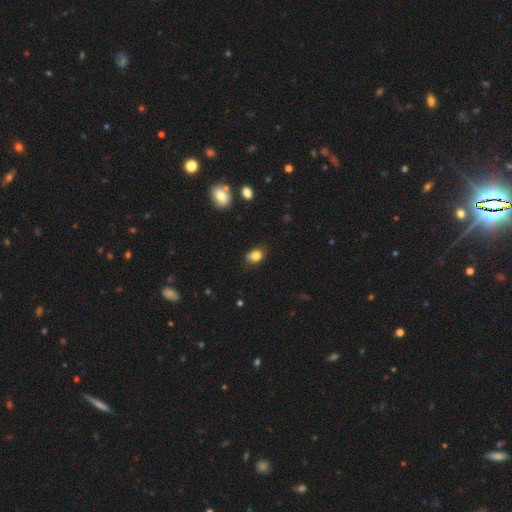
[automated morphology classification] A smooth galaxy with no disk features (81%) that is in between round and cigar-shaped (67%).

Vote fractions:
- Smooth or featured? smooth: 81% / star or artifact: 10% / featured or disk: 9%
- How rounded? in between: 67% / round: 32% / cigar-shaped: 2%
- Merging? none: 61% / minor disturbance: 30% / major disturbance: 6% / merger: 3%